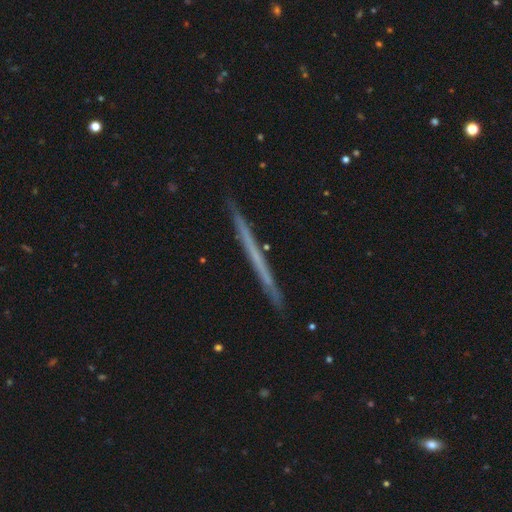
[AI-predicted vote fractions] A featured or disk galaxy (55%) viewed edge-on (97%) with no central bulge (95%). Merging: none (90%).